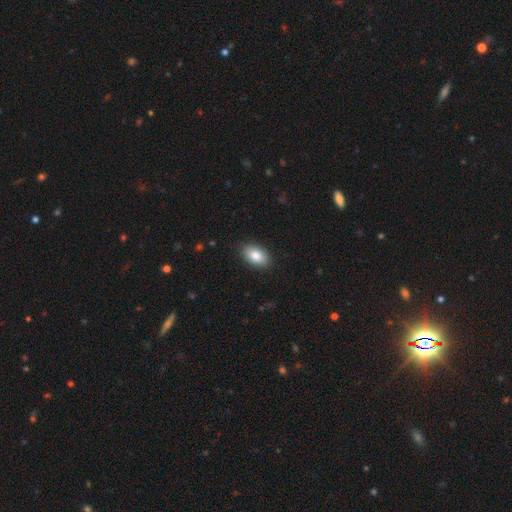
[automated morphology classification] smooth_or_featured: smooth (p=0.83) [alt: featured or disk p=0.10]
how_rounded: in between (p=0.92) [alt: round p=0.07]
merging: none (p=0.88) [alt: minor disturbance p=0.09]